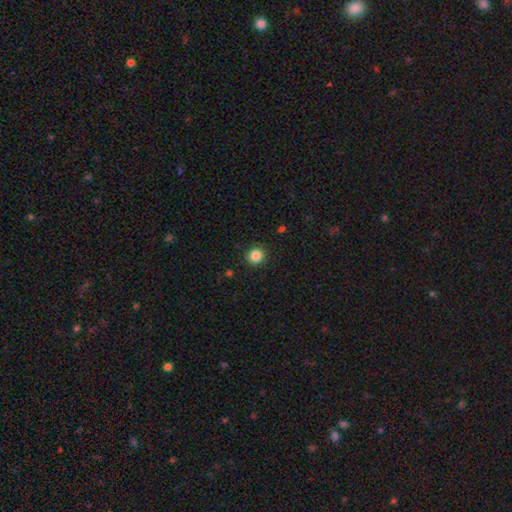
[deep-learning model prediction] smooth 85%, star or artifact 11%, featured or disk 4%. Down the decision tree: how rounded — round (90%); merging — none (91%).